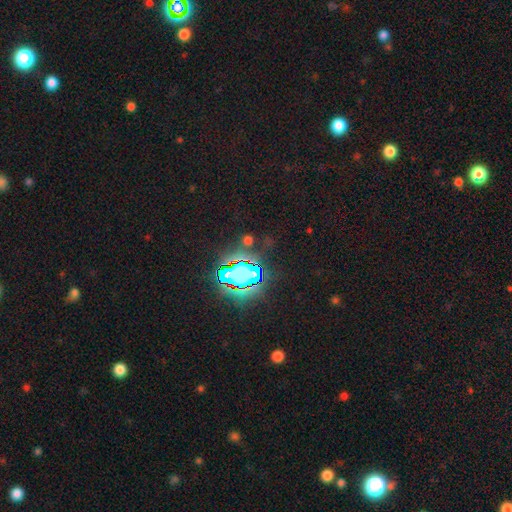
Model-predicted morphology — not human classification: This is clearly a star or artifact rather than a galaxy (81%).